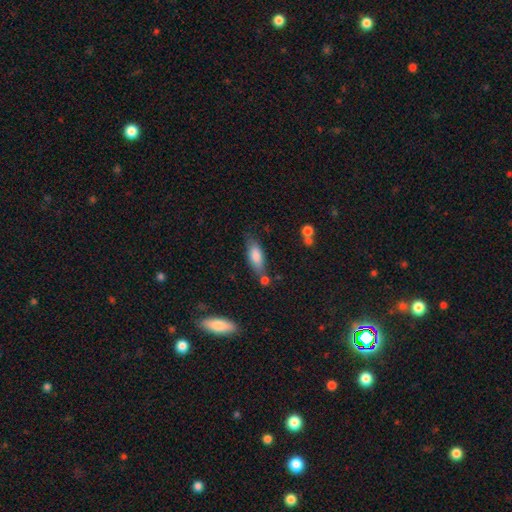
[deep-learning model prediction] This appears to be a smooth galaxy with no disk features (79%) that is in between round and cigar-shaped (69%). Merging: none (62%).